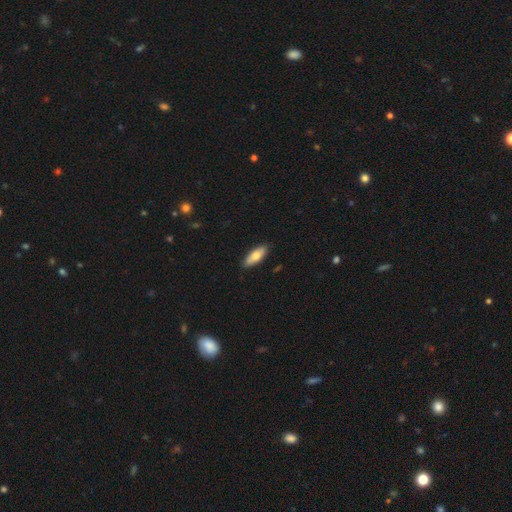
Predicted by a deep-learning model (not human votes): This is likely a smooth galaxy (75%). How rounded: likely in between (66%). Merging: clearly none (88%).